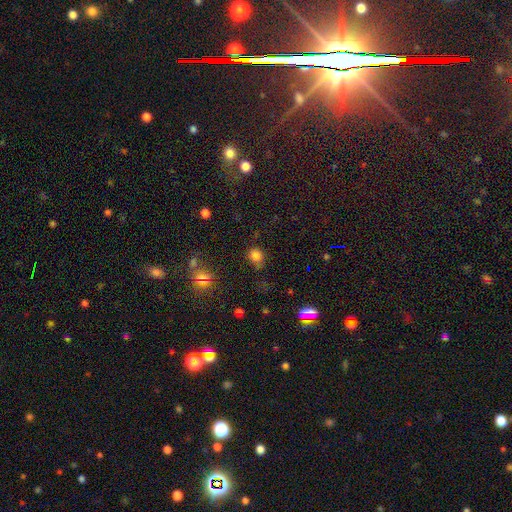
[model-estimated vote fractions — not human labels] The model was most divided on "merging": none: 62%, minor disturbance: 23%, major disturbance: 9%, merger: 6%. More confident: smooth or featured — smooth (74%); how rounded — round (73%).